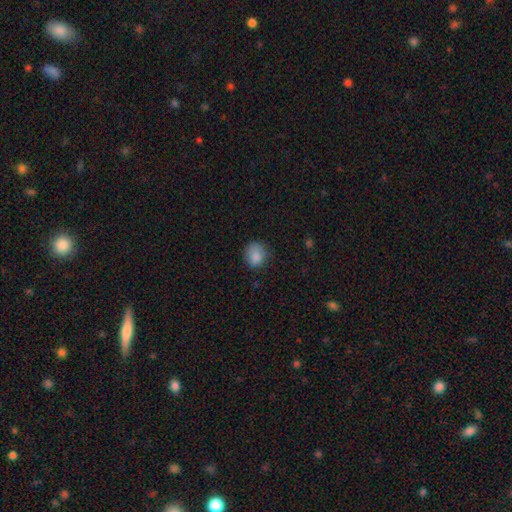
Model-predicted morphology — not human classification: type=smooth (85%); roundness=round (74%); merging=none (68%).